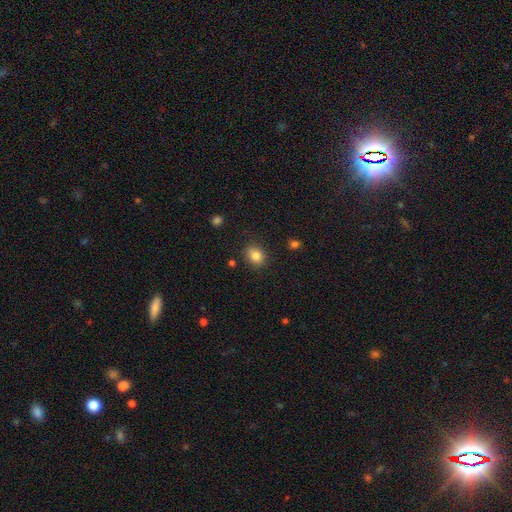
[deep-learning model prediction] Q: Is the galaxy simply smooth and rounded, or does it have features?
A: smooth — 84%.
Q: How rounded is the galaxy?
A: round — 55%.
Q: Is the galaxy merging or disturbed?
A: none — 83%.